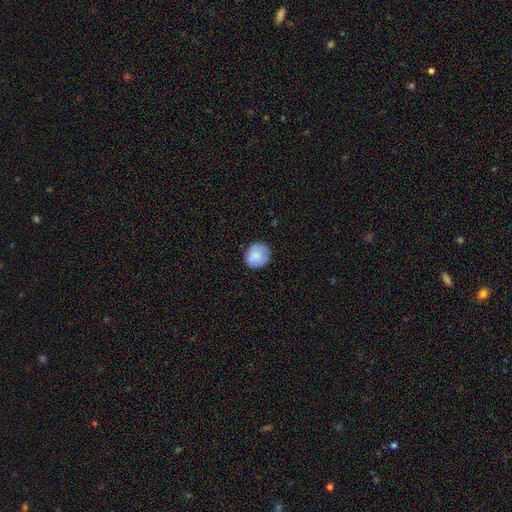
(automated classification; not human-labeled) Morphology: type=smooth (80%); roundness=round (87%); merging=none (80%).